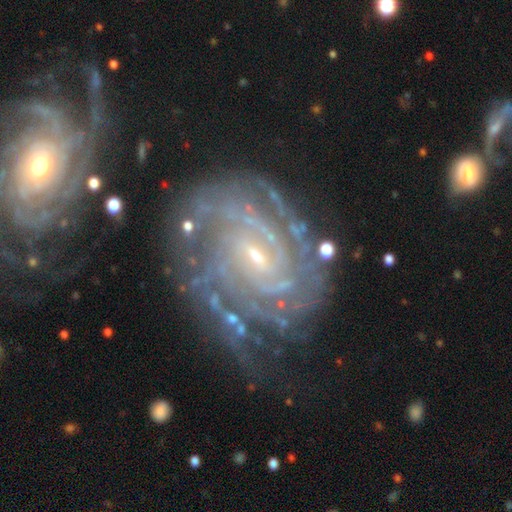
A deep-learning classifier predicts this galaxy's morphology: Q: Smooth or featured?
A: featured or disk (90%); runner-up: star or artifact (5%)
Q: Edge-on disk?
A: no (97%); runner-up: yes (3%)
Q: Bar?
A: weak (49%); runner-up: no (30%)
Q: Spiral arms?
A: yes (98%); runner-up: no (2%)
Q: Spiral winding?
A: tight (79%); runner-up: medium (18%)
Q: Spiral arm count?
A: 4 (24%); runner-up: can't tell (23%)
Q: Bulge size?
A: small (76%); runner-up: moderate (20%)
Q: Merging?
A: none (64%); runner-up: minor disturbance (19%)